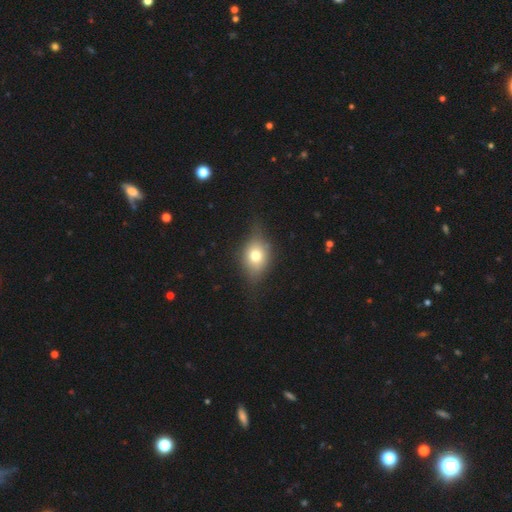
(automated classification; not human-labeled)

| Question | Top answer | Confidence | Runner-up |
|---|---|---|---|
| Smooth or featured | smooth | 66% | featured or disk (23%) |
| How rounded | in between | 59% | round (38%) |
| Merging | none | 65% | minor disturbance (25%) |